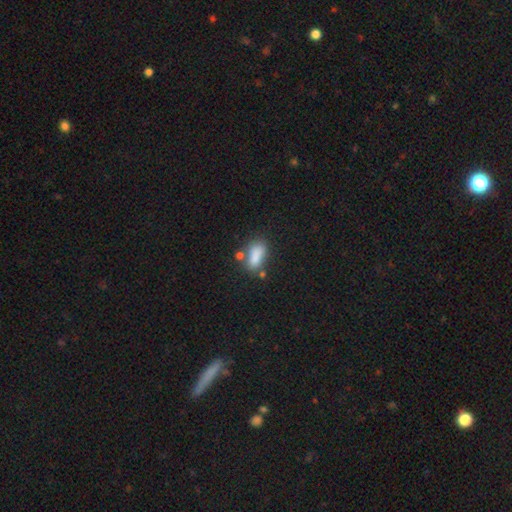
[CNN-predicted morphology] Smooth or featured? smooth (82%)
How rounded? in between (85%)
Merging? none (49%)